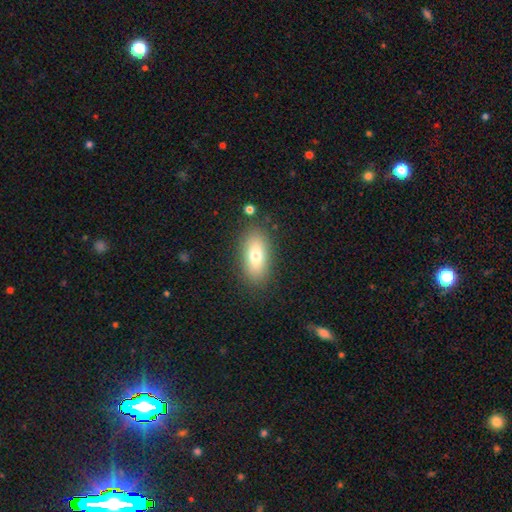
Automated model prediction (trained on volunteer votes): Smooth or featured: smooth — 75% (featured or disk — 17%)
How rounded: in between — 85% (cigar-shaped — 11%)
Merging: none — 85% (minor disturbance — 10%)